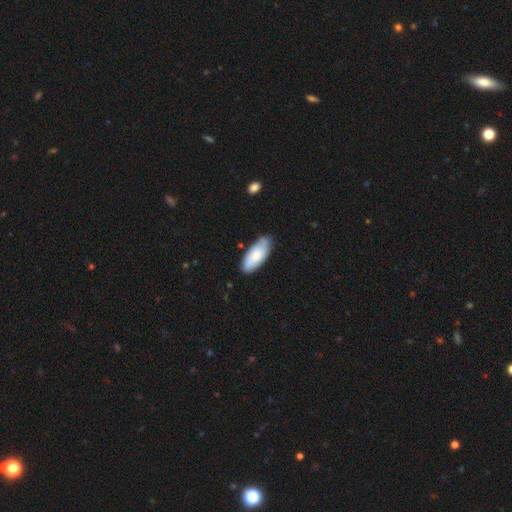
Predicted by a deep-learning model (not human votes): Smooth or featured?
  - smooth: 75% *
  - featured or disk: 20%
  - star or artifact: 5%
How rounded?
  - in between: 85% *
  - cigar-shaped: 13%
  - round: 2%
Merging?
  - none: 78% *
  - minor disturbance: 18%
  - major disturbance: 3%
  - merger: 2%